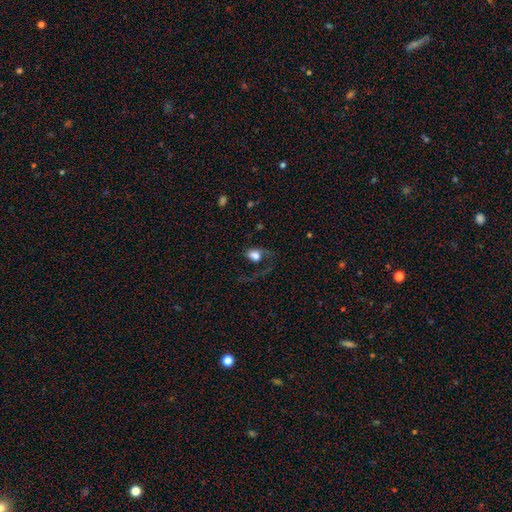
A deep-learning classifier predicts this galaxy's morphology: Smooth or featured?
  - smooth: 60% *
  - featured or disk: 29%
  - star or artifact: 11%
How rounded?
  - in between: 64% *
  - round: 34%
  - cigar-shaped: 2%
Merging?
  - major disturbance: 51% *
  - none: 29%
  - minor disturbance: 15%
  - merger: 5%